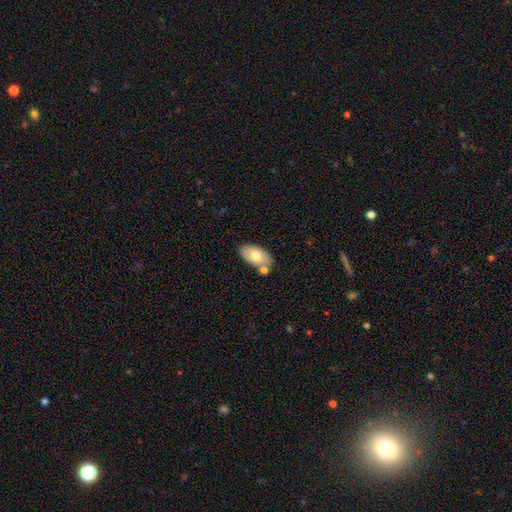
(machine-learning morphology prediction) smooth_or_featured: smooth (p=0.73) [alt: featured or disk p=0.21]
how_rounded: in between (p=0.95) [alt: round p=0.04]
merging: none (p=0.58) [alt: merger p=0.22]